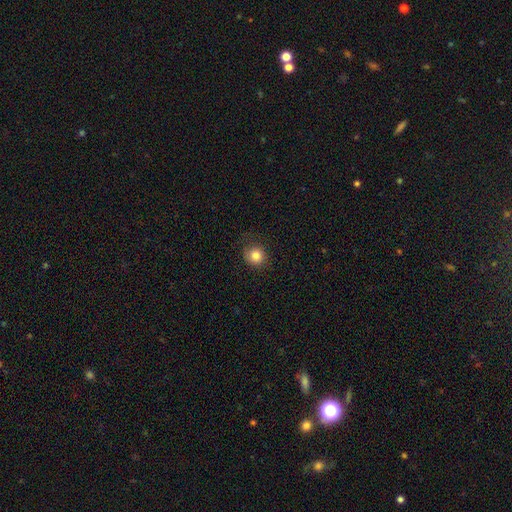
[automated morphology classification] type=smooth (83%); roundness=round (83%); merging=none (77%).